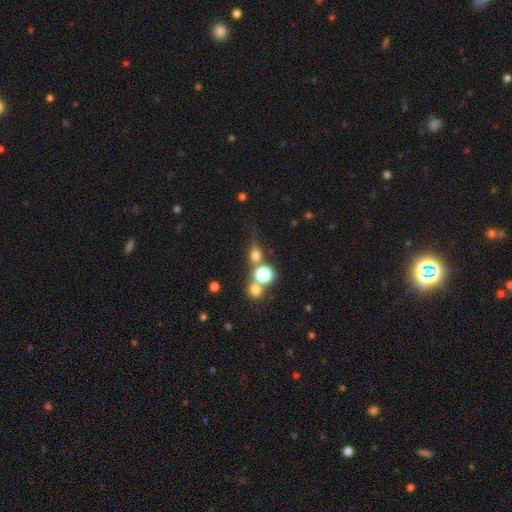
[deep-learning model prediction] Overall: smooth (63%; star or artifact 24%). How rounded: round (68%). Merging: none (55%; merger 23%).